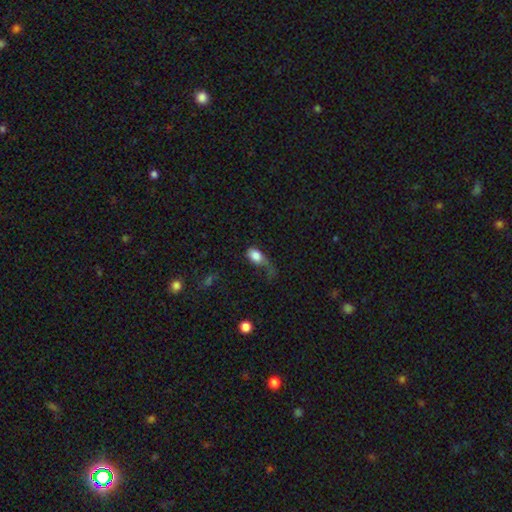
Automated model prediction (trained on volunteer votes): Smooth or featured?
  - smooth: 77% *
  - featured or disk: 15%
  - star or artifact: 8%
How rounded?
  - in between: 85% *
  - round: 12%
  - cigar-shaped: 3%
Merging?
  - major disturbance: 51% *
  - none: 22%
  - minor disturbance: 22%
  - merger: 6%